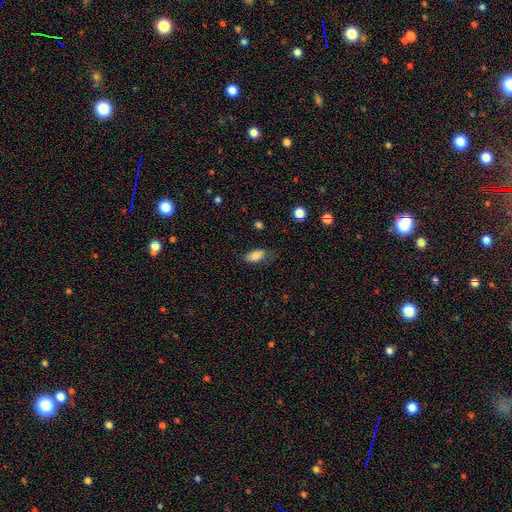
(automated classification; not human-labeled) Smooth or featured? smooth (81%)
How rounded? in between (85%)
Merging? none (61%)